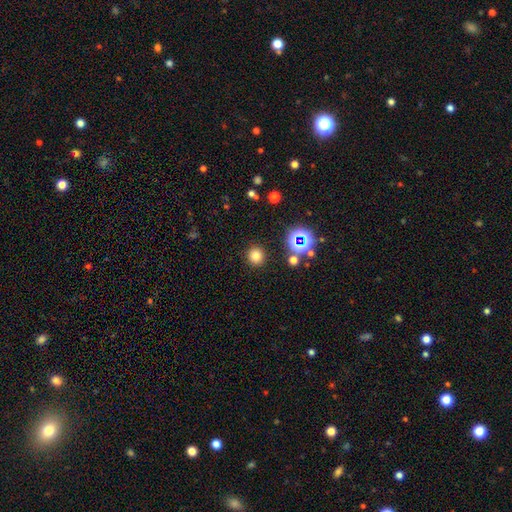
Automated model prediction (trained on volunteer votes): This is likely a smooth galaxy (75%). How rounded: clearly round (92%). Merging: clearly none (89%).